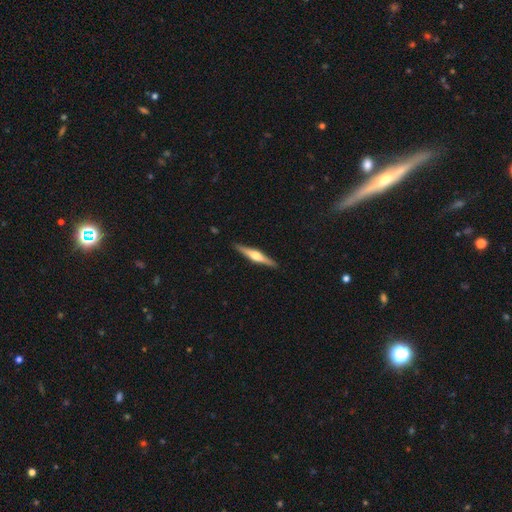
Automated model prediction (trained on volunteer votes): Smooth or featured? featured or disk (69%)
Edge-on disk? yes (98%)
Edge-on bulge? rounded (91%)
Merging? none (91%)